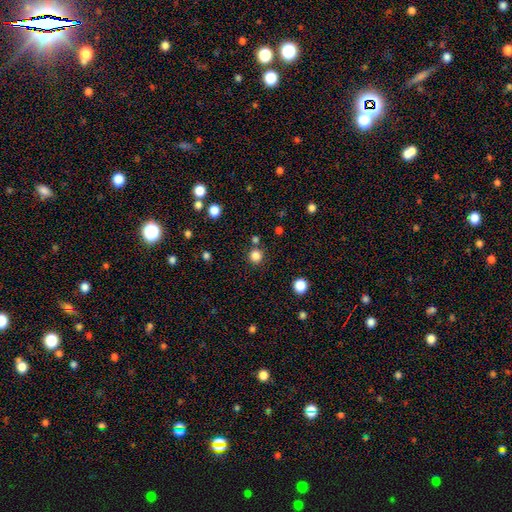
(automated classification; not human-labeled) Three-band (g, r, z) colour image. It shows a smooth galaxy with no disk features (82%) that is round (94%). Merging: none (83%).